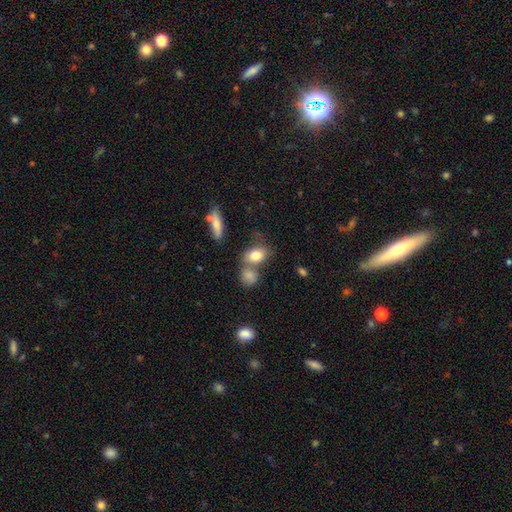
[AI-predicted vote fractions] Smooth or featured?
  - smooth: 80% *
  - featured or disk: 11%
  - star or artifact: 9%
How rounded?
  - in between: 76% *
  - round: 21%
  - cigar-shaped: 3%
Merging?
  - none: 49% *
  - merger: 33%
  - minor disturbance: 13%
  - major disturbance: 5%